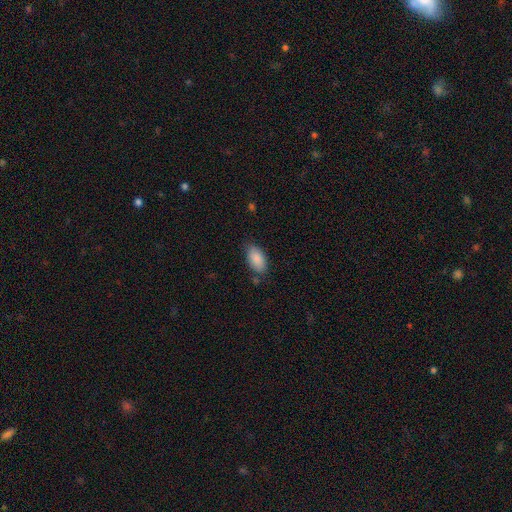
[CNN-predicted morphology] This is clearly a smooth galaxy (88%). How rounded: clearly in between (94%). Merging: likely none (77%).